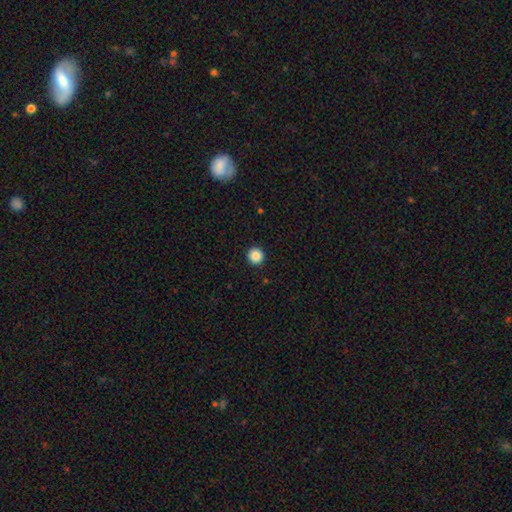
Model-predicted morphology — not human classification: A smooth galaxy with no disk features (87%) that is round (95%). Merging: none (93%).